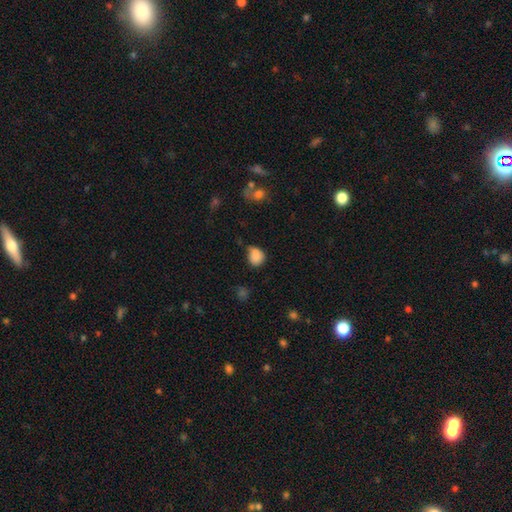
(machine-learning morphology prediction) smooth_or_featured: smooth (p=0.84) [alt: star or artifact p=0.10]
how_rounded: round (p=0.61) [alt: in between p=0.38]
merging: none (p=0.51) [alt: minor disturbance p=0.35]